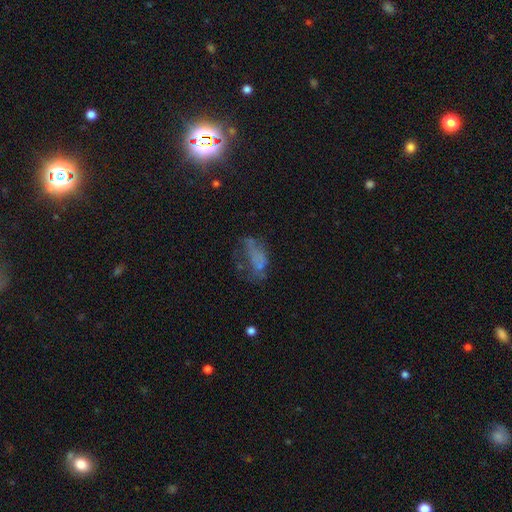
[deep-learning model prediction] Overall: smooth (40%; featured or disk 36%). Merging: major disturbance (39%; none 33%).